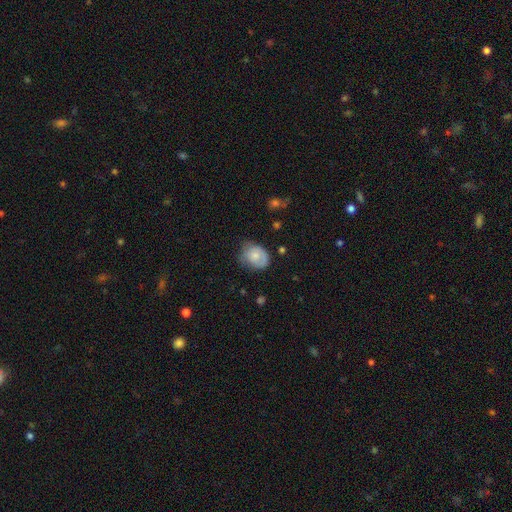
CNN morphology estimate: Smooth or featured? smooth (68%)
How rounded? in between (57%)
Merging? none (49%)